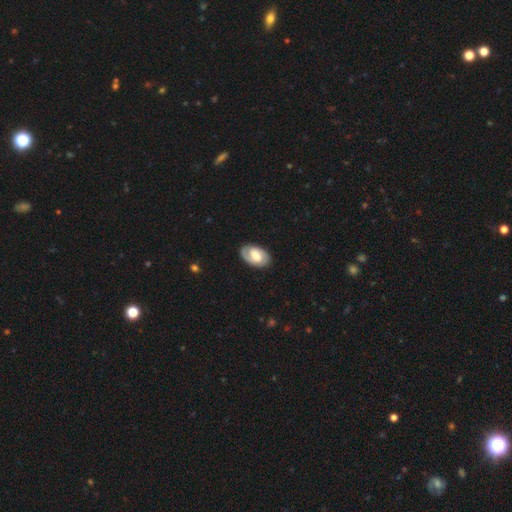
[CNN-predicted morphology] The model was most divided on "bar": weak: 47%, no: 37%, strong: 16%. More confident: edge-on disk — no (96%); spiral arms — yes (83%); merging — none (83%); spiral arm count — 2 (72%); smooth or featured — featured or disk (63%); bulge size — moderate (57%); spiral winding — tight (54%).